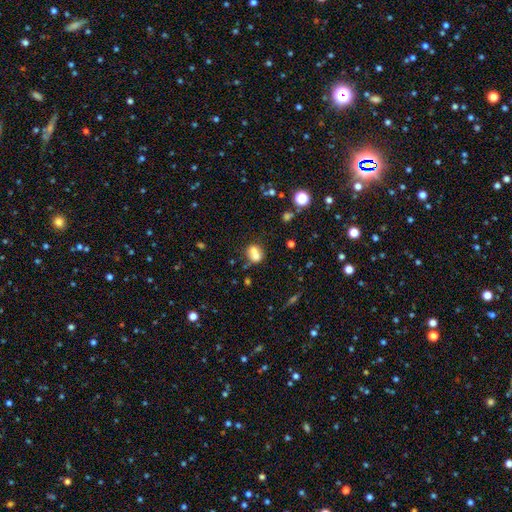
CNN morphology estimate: The model was most divided on "how rounded": round: 55%, in between: 43%, cigar-shaped: 2%. More confident: smooth or featured — smooth (67%); merging — merger (55%).